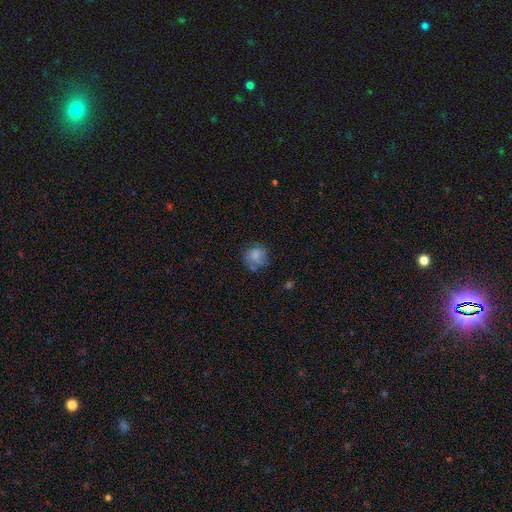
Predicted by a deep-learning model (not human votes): A smooth galaxy with no disk features (72%) that is round (82%).

Vote fractions:
- Smooth or featured? smooth: 72% / featured or disk: 18% / star or artifact: 10%
- How rounded? round: 82% / in between: 17% / cigar-shaped: 1%
- Merging? none: 64% / minor disturbance: 23% / major disturbance: 10% / merger: 3%